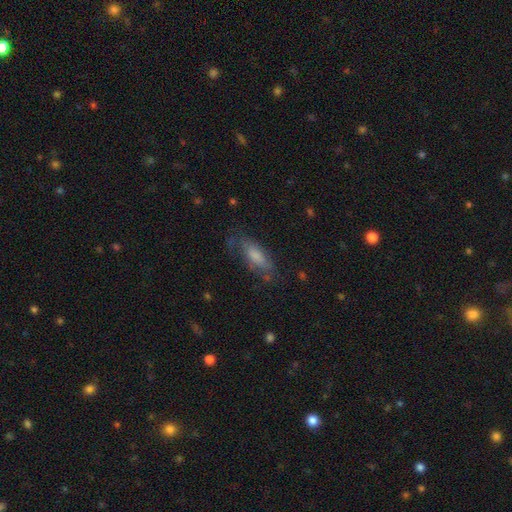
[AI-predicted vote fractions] Smooth or featured?
  - smooth: 64% *
  - featured or disk: 29%
  - star or artifact: 8%
How rounded?
  - in between: 67% *
  - cigar-shaped: 30%
  - round: 2%
Merging?
  - none: 58% *
  - minor disturbance: 25%
  - major disturbance: 14%
  - merger: 2%